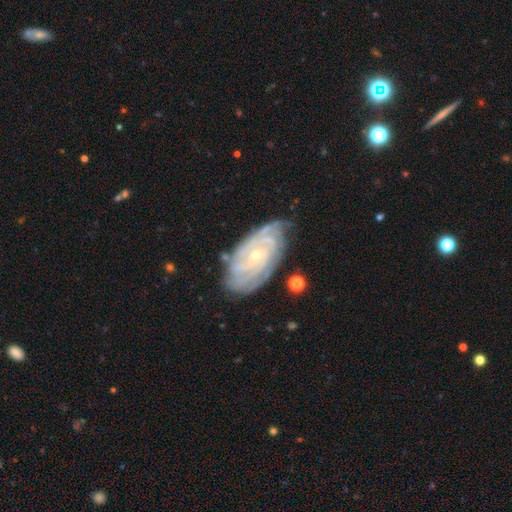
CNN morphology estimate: This is clearly a featured or disk galaxy (88%). It is clearly not viewed edge-on (96%). Bar: likely no (63%). Spiral arm pattern: clearly yes (97%). Spiral arm count: marginally can't tell (26%). Spiral winding: likely tight (79%). Central bulge: likely small (75%). Merging: likely none (71%).